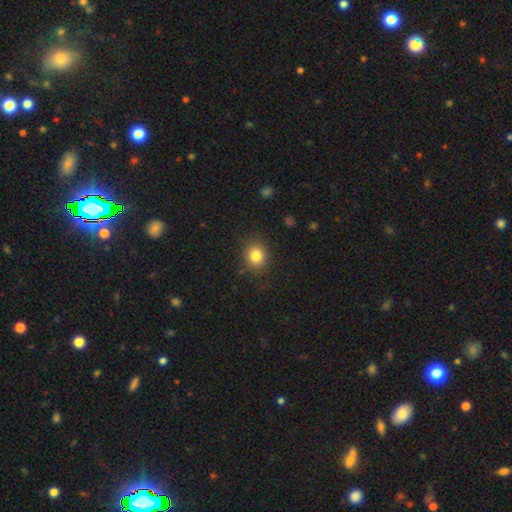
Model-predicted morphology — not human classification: type=smooth (83%); roundness=round (72%); merging=none (87%).